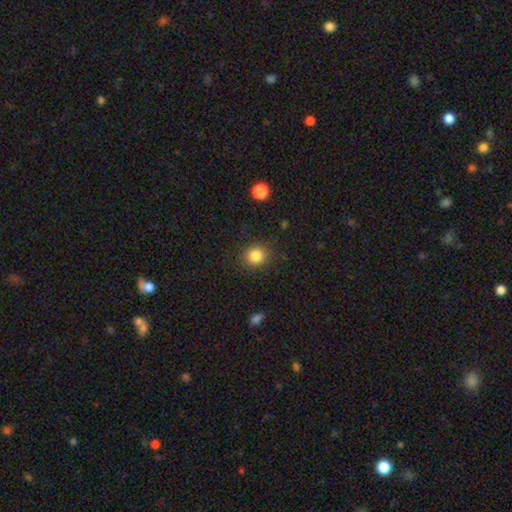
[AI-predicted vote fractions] Smooth or featured? Predicted: smooth (p=0.84). How rounded? Predicted: round (p=0.84). Merging? Predicted: none (p=0.87).